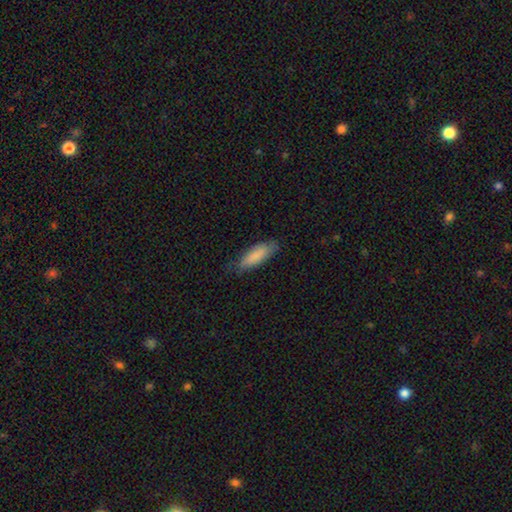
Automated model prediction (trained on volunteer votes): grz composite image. It shows a smooth galaxy with no disk features (84%) that is in between round and cigar-shaped (52%). Merging: none (71%).